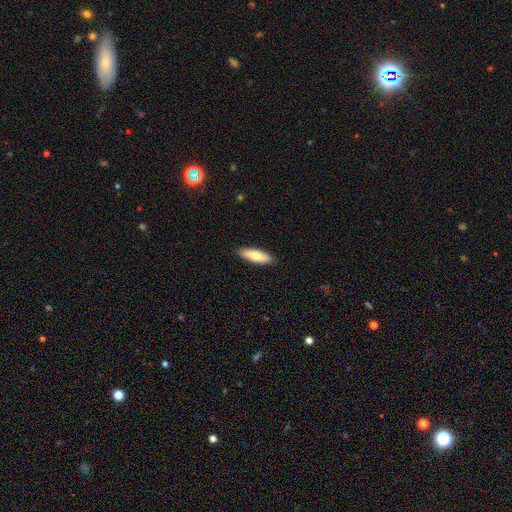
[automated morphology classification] A smooth galaxy with no disk features (74%) that is in between round and cigar-shaped (52%). Merging: none (89%).